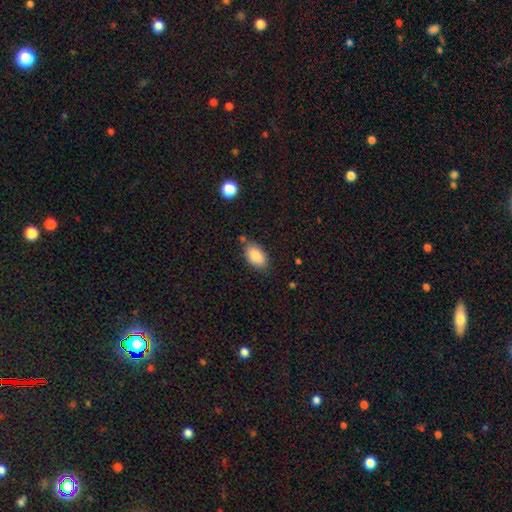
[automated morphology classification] smooth_or_featured: smooth (p=0.87) [alt: star or artifact p=0.07]
how_rounded: in between (p=0.94) [alt: round p=0.04]
merging: none (p=0.76) [alt: minor disturbance p=0.16]